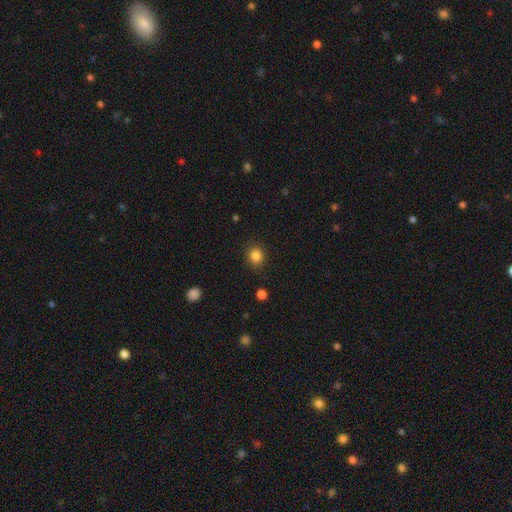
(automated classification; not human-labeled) smooth-or-featured: smooth: 84% | star or artifact: 11% | featured or disk: 4%
  how-rounded: round: 83% | in between: 16% | cigar-shaped: 1%
  merging: none: 88% | minor disturbance: 8% | major disturbance: 3% | merger: 1%